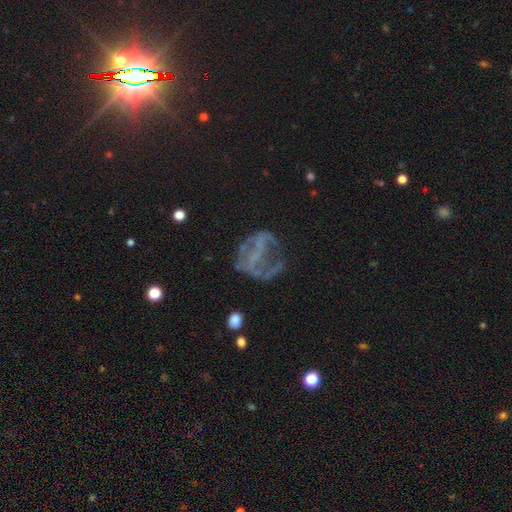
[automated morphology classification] A featured or disk galaxy (56%) with no bar (52%), no spiral arms (52%) and no central bulge (70%).

Vote fractions:
- Smooth or featured? featured or disk: 56% / star or artifact: 25% / smooth: 19%
- Edge-on disk? no: 96% / yes: 4%
- Bar? no: 52% / weak: 26% / strong: 22%
- Spiral arms? no: 52% / yes: 48%
- Bulge size? none: 70% / small: 20% / moderate: 6% / large: 2% / dominant: 1%
- Merging? none: 39% / major disturbance: 38% / minor disturbance: 19% / merger: 3%